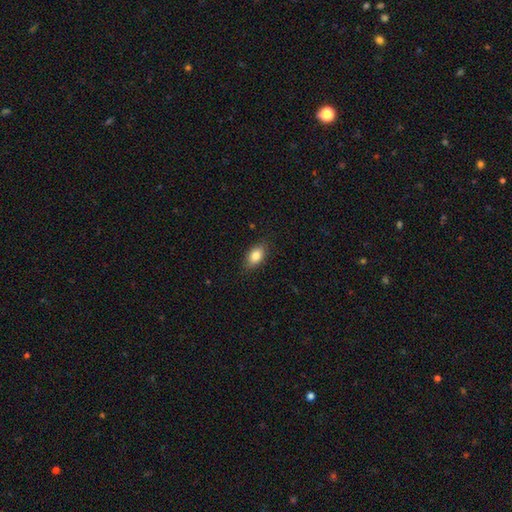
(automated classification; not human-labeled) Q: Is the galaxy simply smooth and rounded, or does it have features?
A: smooth — 84%.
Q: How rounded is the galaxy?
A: in between — 89%.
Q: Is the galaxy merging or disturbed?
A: none — 85%.